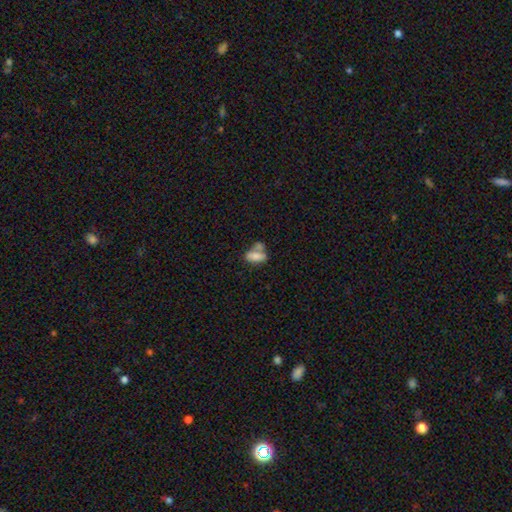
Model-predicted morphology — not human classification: smooth-or-featured: smooth: 74% | featured or disk: 17% | star or artifact: 9%
  how-rounded: in between: 85% | cigar-shaped: 9% | round: 6%
  merging: merger: 48% | none: 31% | minor disturbance: 14% | major disturbance: 7%